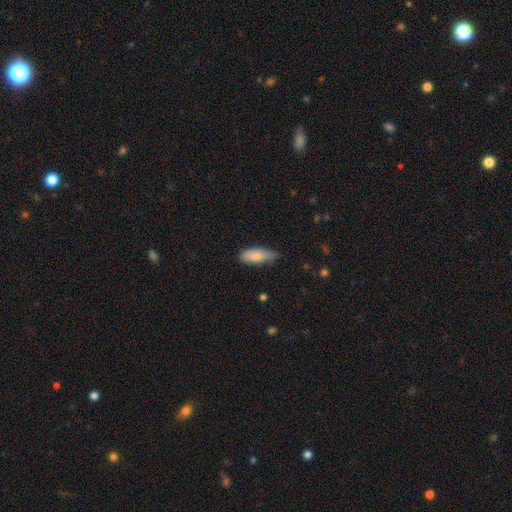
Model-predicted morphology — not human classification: Smooth or featured?
  - smooth: 81% *
  - featured or disk: 13%
  - star or artifact: 6%
How rounded?
  - in between: 72% *
  - cigar-shaped: 26%
  - round: 2%
Merging?
  - none: 60% *
  - minor disturbance: 34%
  - major disturbance: 5%
  - merger: 2%